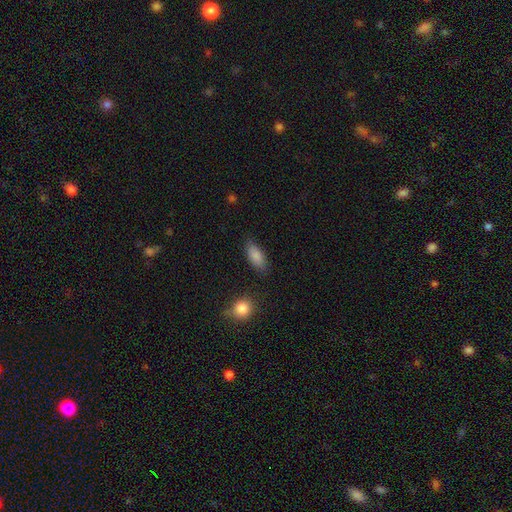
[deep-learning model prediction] smooth 86%, star or artifact 7%, featured or disk 7%. Down the decision tree: how rounded — in between (84%); merging — none (78%).